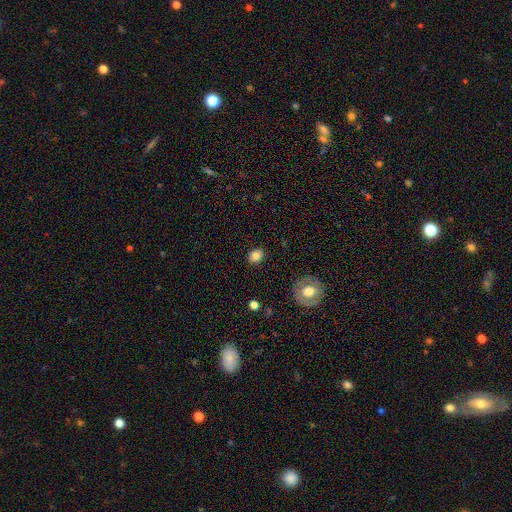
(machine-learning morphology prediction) type=smooth (81%); roundness=round (54%); merging=none (87%).